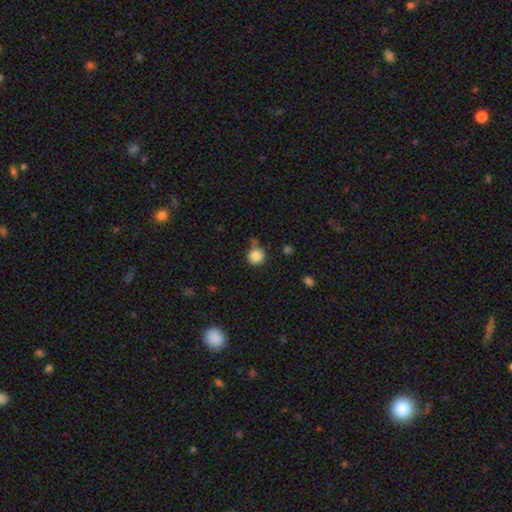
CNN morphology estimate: smooth_or_featured: smooth (p=0.86) [alt: star or artifact p=0.10]
how_rounded: round (p=0.93) [alt: in between p=0.06]
merging: none (p=0.72) [alt: minor disturbance p=0.13]